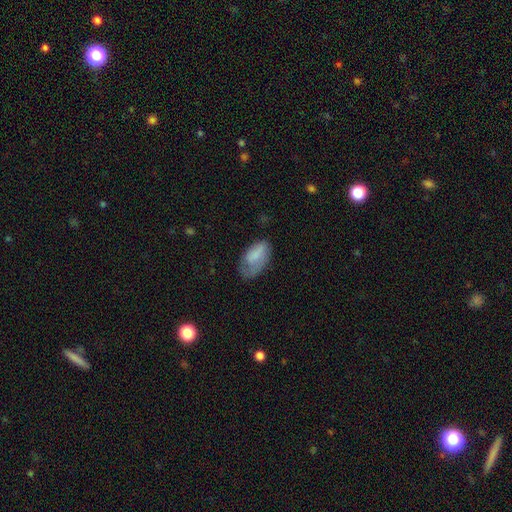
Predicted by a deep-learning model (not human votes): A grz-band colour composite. It shows a smooth galaxy with no disk features (73%) that is in between round and cigar-shaped (94%). Merging: none (42%).